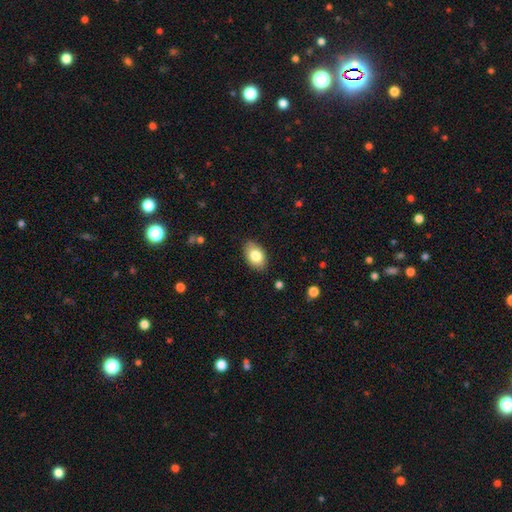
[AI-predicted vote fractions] This appears to be a smooth galaxy with no disk features (81%) that is in between round and cigar-shaped (90%). Merging: none (86%).